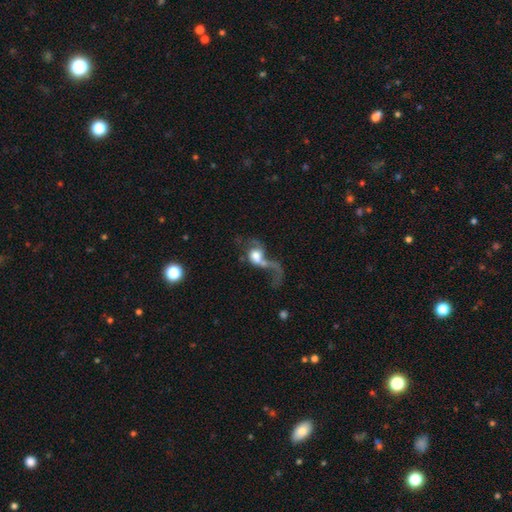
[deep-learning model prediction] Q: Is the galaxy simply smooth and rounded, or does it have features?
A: featured or disk — 46%.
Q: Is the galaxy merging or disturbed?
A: major disturbance — 46%.